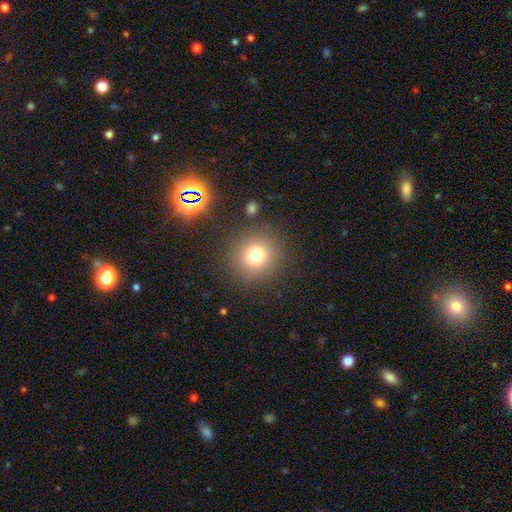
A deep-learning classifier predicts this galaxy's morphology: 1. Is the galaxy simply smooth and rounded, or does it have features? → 75% smooth, 16% star or artifact, 10% featured or disk.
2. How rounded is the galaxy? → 91% round, 8% in between, 1% cigar-shaped.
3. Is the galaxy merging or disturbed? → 86% none, 7% minor disturbance, 4% major disturbance, 3% merger.